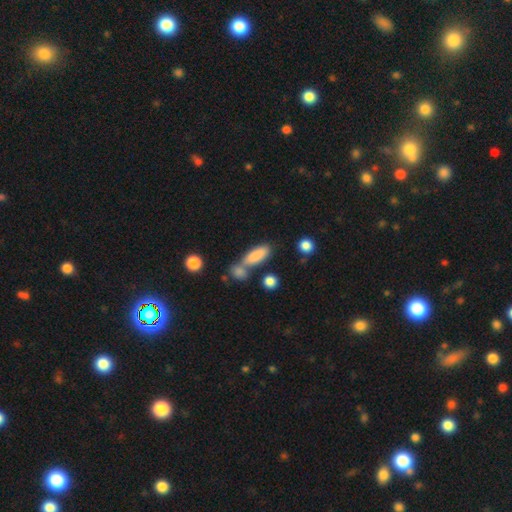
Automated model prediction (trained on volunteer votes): smooth_or_featured: smooth (p=0.84) [alt: featured or disk p=0.09]
how_rounded: in between (p=0.70) [alt: cigar-shaped p=0.26]
merging: none (p=0.51) [alt: merger p=0.32]